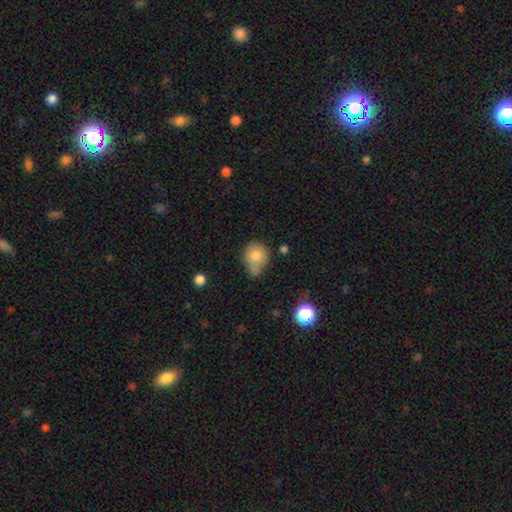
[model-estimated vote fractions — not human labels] Q: Smooth or featured?
A: smooth (80%); runner-up: featured or disk (11%)
Q: How rounded?
A: round (71%); runner-up: in between (28%)
Q: Merging?
A: none (42%); runner-up: minor disturbance (26%)